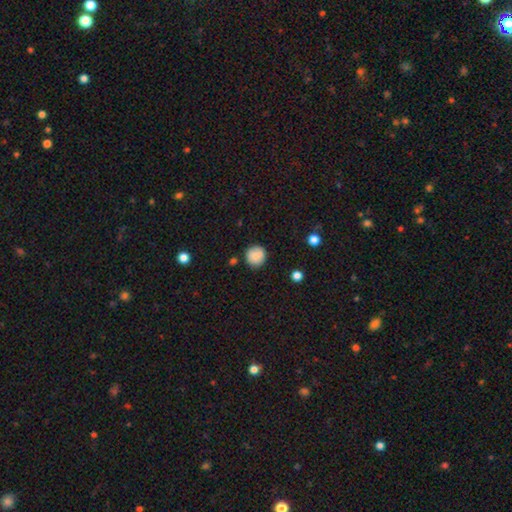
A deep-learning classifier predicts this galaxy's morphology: The model was most divided on "merging": none: 81%, minor disturbance: 13%, merger: 4%, major disturbance: 3%. More confident: how rounded — round (91%); smooth or featured — smooth (82%).